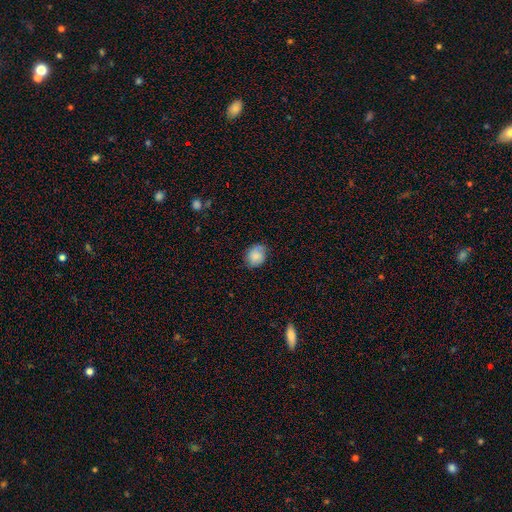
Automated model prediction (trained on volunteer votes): smooth-or-featured: smooth: 75% | featured or disk: 17% | star or artifact: 8%
  how-rounded: round: 54% | in between: 45% | cigar-shaped: 1%
  merging: none: 71% | minor disturbance: 23% | major disturbance: 5% | merger: 1%